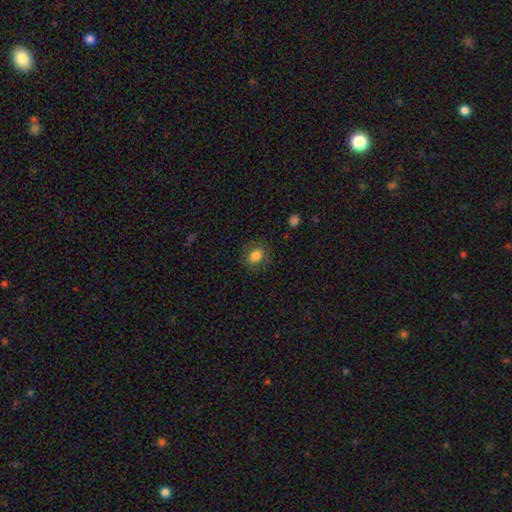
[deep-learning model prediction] This appears to be a smooth galaxy with no disk features (80%) that is round (53%). Merging: none (79%).